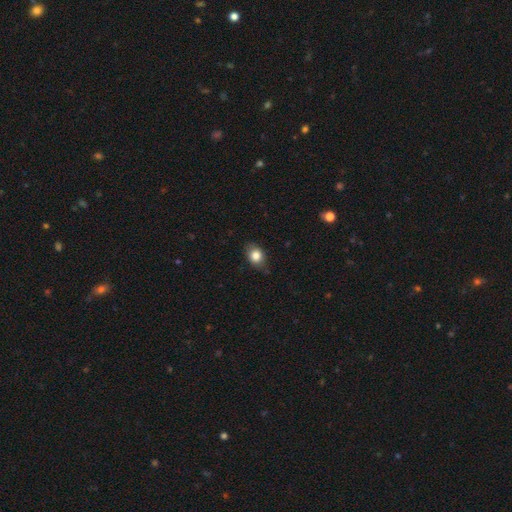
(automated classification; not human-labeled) This appears to be a smooth galaxy with no disk features (82%) that is in between round and cigar-shaped (61%). Merging: none (76%).